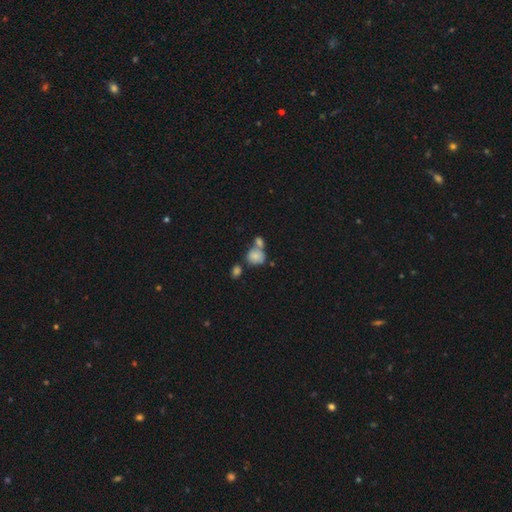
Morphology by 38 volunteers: Smooth or featured? 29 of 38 (76%) said smooth. How rounded? 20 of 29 (69%) said round. Merging? 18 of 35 (51%) said merger.